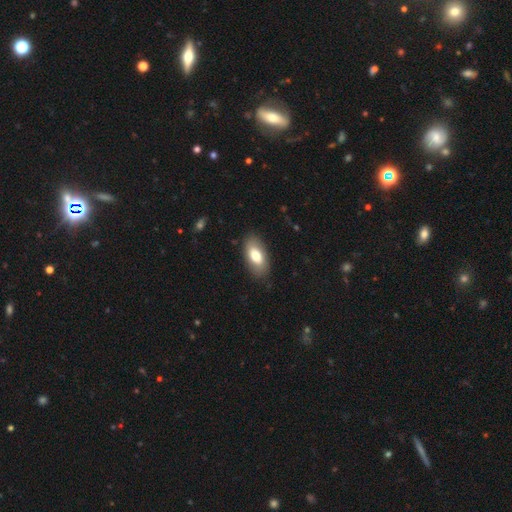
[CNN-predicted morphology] smooth 74%, featured or disk 20%, star or artifact 6%. Down the decision tree: how rounded — in between (93%); merging — none (84%).